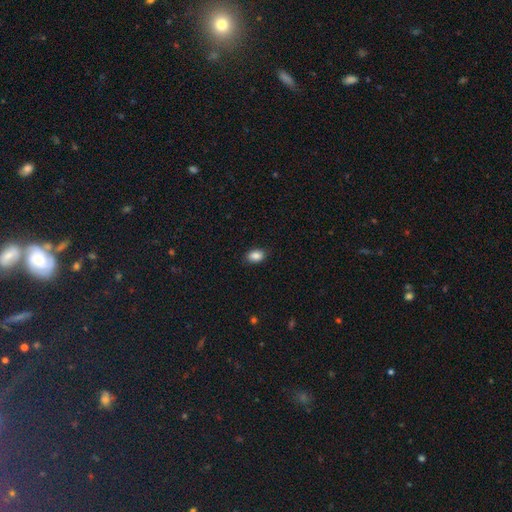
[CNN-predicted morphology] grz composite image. It shows a smooth galaxy with no disk features (87%) that is in between round and cigar-shaped (83%). Merging: none (85%).